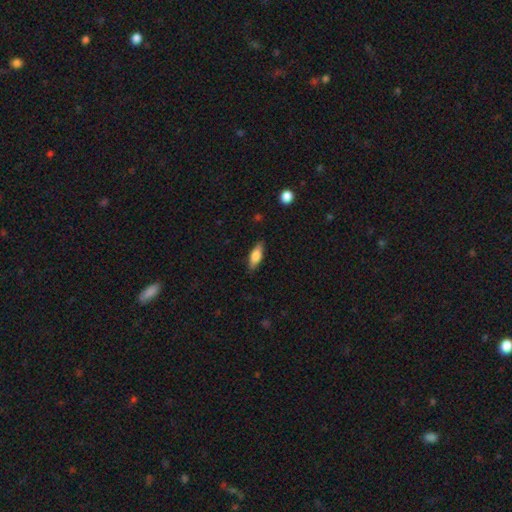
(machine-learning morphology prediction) This is likely a smooth galaxy (72%). How rounded: likely in between (65%). Merging: clearly none (85%).